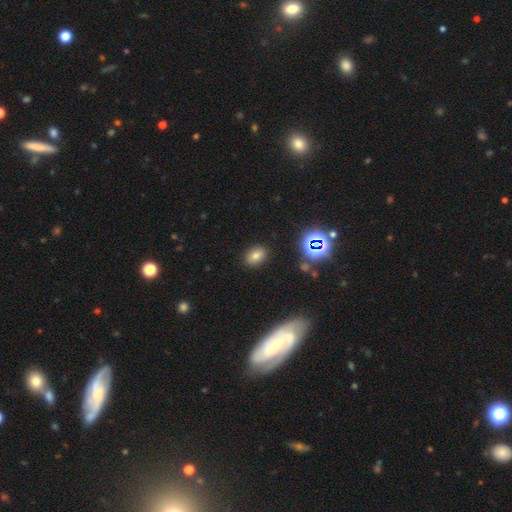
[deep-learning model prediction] This appears to be a smooth galaxy with no disk features (73%) that is in between round and cigar-shaped (69%). Merging: none (88%).